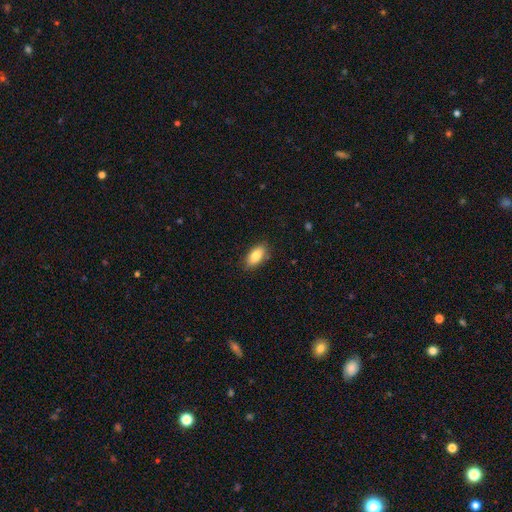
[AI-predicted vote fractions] Morphology: type=smooth (84%); roundness=in between (90%); merging=none (86%).